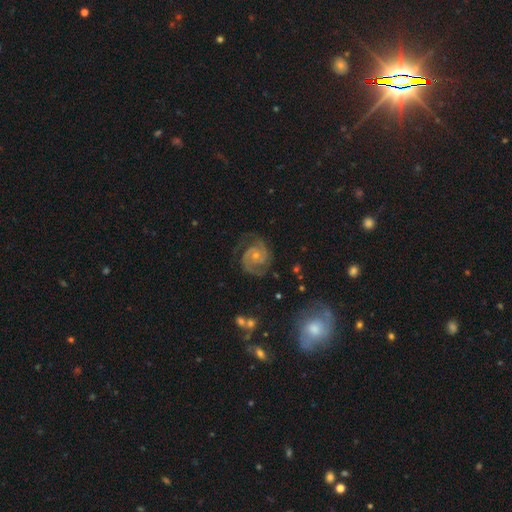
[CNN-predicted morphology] This appears to be a featured or disk galaxy (91%) with no bar (70%), 2 (84%) tight (46%, tied with medium) spiral arms (98%) and a small central bulge (63%). Merging: none (74%).